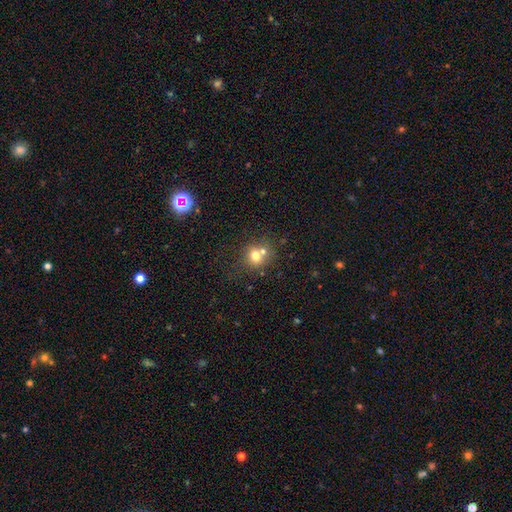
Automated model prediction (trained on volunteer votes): Overall: smooth (70%). How rounded: round (79%). Merging: none (48%; merger 39%).